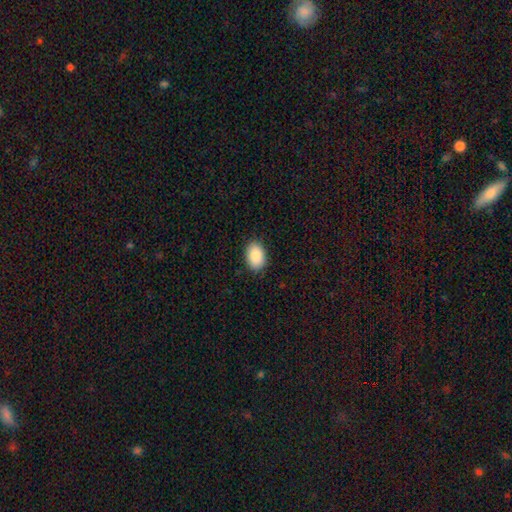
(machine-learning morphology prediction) Smooth or featured? Predicted: smooth (p=0.89). How rounded? Predicted: in between (p=0.86). Merging? Predicted: none (p=0.87).